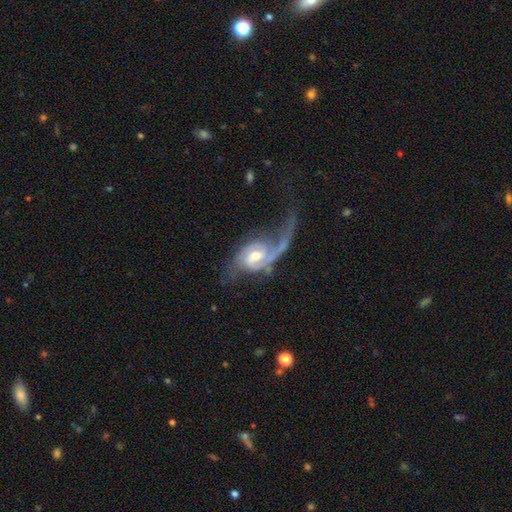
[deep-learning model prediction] Q: Smooth or featured?
A: featured or disk (88%); runner-up: smooth (7%)
Q: Edge-on disk?
A: no (97%); runner-up: yes (3%)
Q: Bar?
A: weak (49%); runner-up: no (37%)
Q: Spiral arms?
A: yes (96%); runner-up: no (4%)
Q: Spiral winding?
A: loose (43%); runner-up: medium (38%)
Q: Spiral arm count?
A: 2 (63%); runner-up: 1 (25%)
Q: Bulge size?
A: moderate (62%); runner-up: small (30%)
Q: Merging?
A: major disturbance (43%); runner-up: none (34%)